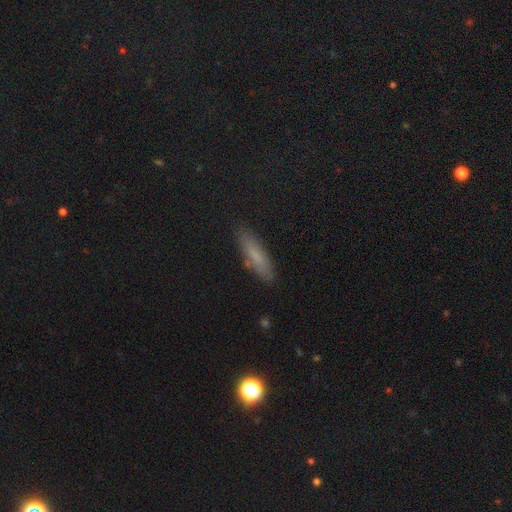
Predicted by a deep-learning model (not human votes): smooth_or_featured: smooth (p=0.71) [alt: featured or disk p=0.19]
how_rounded: cigar-shaped (p=0.72) [alt: in between p=0.26]
merging: none (p=0.83) [alt: minor disturbance p=0.12]